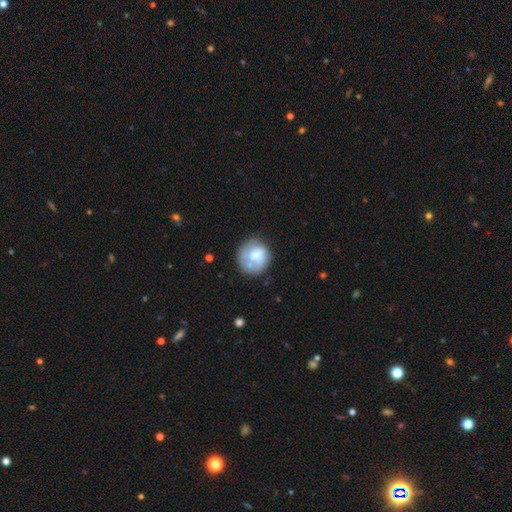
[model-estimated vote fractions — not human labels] smooth_or_featured: smooth (p=0.61) [alt: featured or disk p=0.32]
how_rounded: round (p=0.83) [alt: in between p=0.16]
merging: none (p=0.60) [alt: minor disturbance p=0.21]